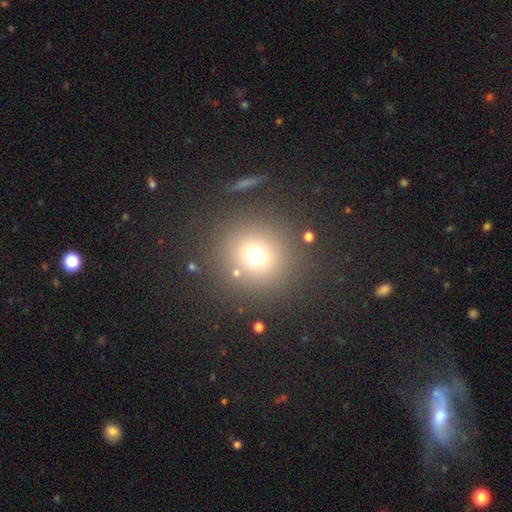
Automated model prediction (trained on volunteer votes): smooth_or_featured: smooth (p=0.68) [alt: star or artifact p=0.23]
how_rounded: round (p=0.92) [alt: in between p=0.07]
merging: none (p=0.82) [alt: minor disturbance p=0.07]